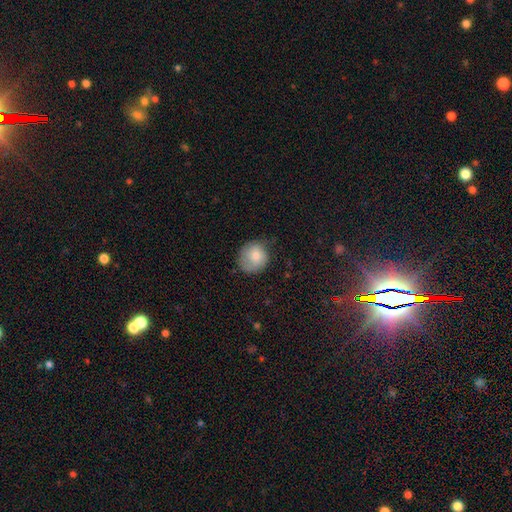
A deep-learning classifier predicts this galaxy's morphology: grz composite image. It shows a smooth galaxy with no disk features (74%) that is round (82%). Merging: none (63%).